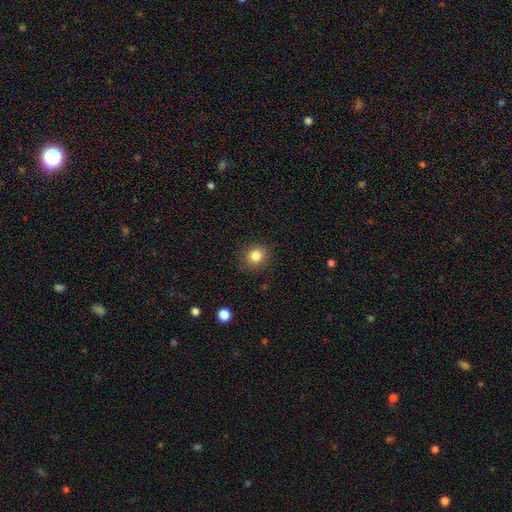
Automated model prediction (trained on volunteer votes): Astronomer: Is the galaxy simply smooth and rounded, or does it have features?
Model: smooth — 84%.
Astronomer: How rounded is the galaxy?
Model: round — 78%.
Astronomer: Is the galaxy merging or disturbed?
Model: none — 87%.